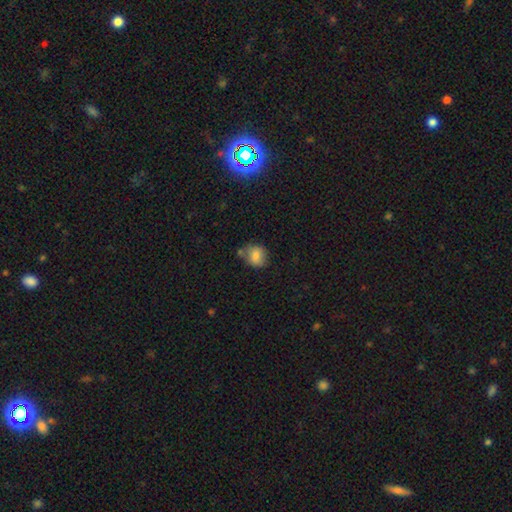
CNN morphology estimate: Q: Smooth or featured?
A: smooth (80%); runner-up: featured or disk (11%)
Q: How rounded?
A: round (64%); runner-up: in between (35%)
Q: Merging?
A: none (55%); runner-up: minor disturbance (26%)